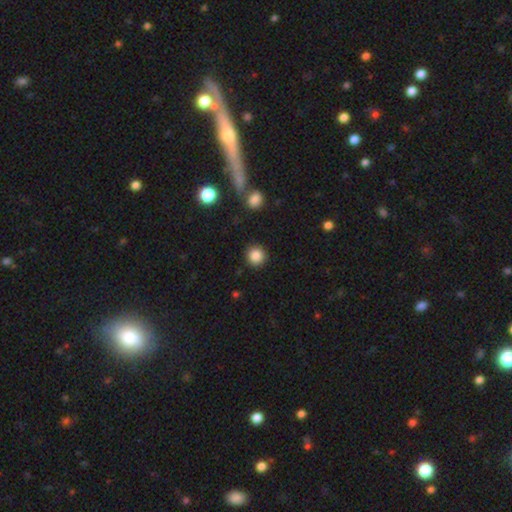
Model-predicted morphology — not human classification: smooth-or-featured: smooth: 86% | star or artifact: 10% | featured or disk: 4%
  how-rounded: round: 93% | in between: 6% | cigar-shaped: 1%
  merging: none: 89% | minor disturbance: 7% | major disturbance: 2% | merger: 2%